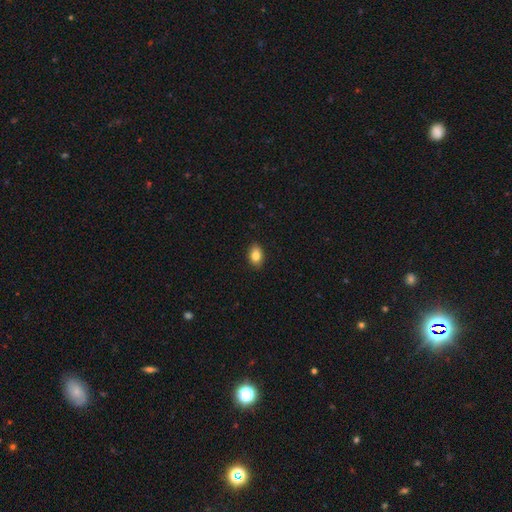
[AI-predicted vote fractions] smooth_or_featured: smooth (p=0.83) [alt: star or artifact p=0.08]
how_rounded: in between (p=0.84) [alt: round p=0.14]
merging: none (p=0.89) [alt: minor disturbance p=0.08]